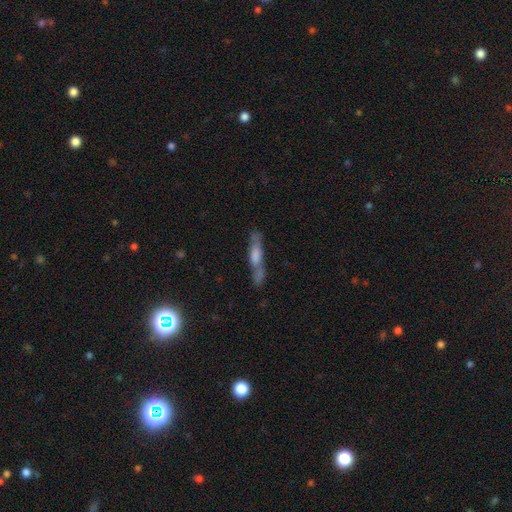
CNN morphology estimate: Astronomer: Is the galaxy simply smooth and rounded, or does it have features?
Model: featured or disk — 53% (runner-up: smooth, 37%).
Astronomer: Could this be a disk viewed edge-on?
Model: yes — 78%.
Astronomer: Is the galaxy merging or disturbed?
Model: none — 69%.